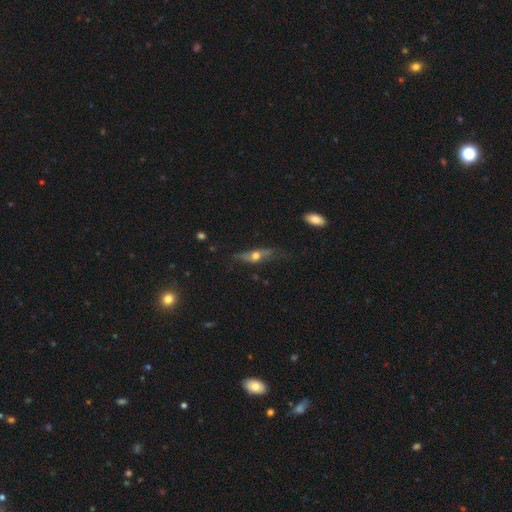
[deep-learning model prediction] This appears to be a featured or disk galaxy (56%) viewed edge-on (81%). Merging: none (60%).